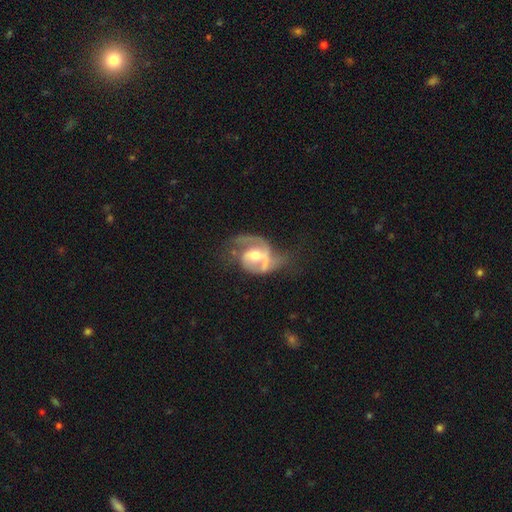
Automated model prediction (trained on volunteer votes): Q: Smooth or featured?
A: featured or disk (77%); runner-up: smooth (17%)
Q: Edge-on disk?
A: no (97%); runner-up: yes (3%)
Q: Bar?
A: no (51%); runner-up: weak (36%)
Q: Spiral arms?
A: yes (81%); runner-up: no (19%)
Q: Spiral winding?
A: medium (42%); runner-up: loose (31%)
Q: Spiral arm count?
A: 2 (47%); runner-up: 1 (33%)
Q: Bulge size?
A: moderate (67%); runner-up: small (20%)
Q: Merging?
A: major disturbance (42%); runner-up: none (29%)